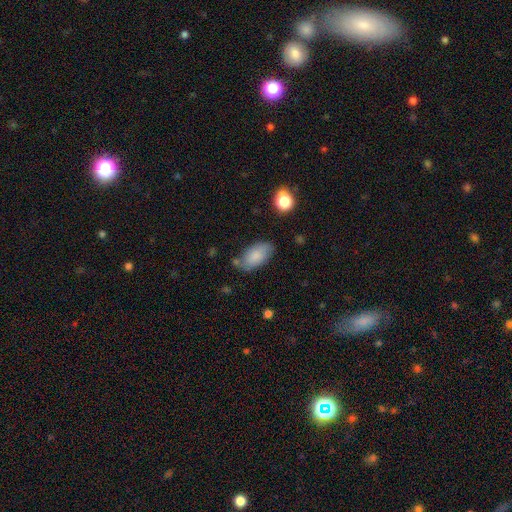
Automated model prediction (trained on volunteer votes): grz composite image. It shows a smooth galaxy with no disk features (82%) that is in between round and cigar-shaped (94%). Merging: none (67%).